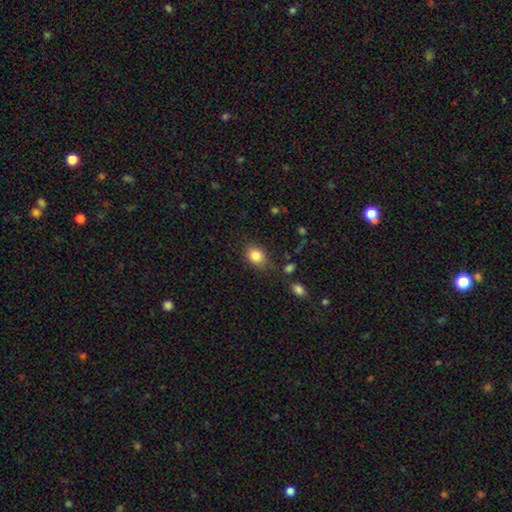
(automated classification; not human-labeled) A smooth galaxy with no disk features (84%) that is in between round and cigar-shaped (54%). Merging: none (73%).